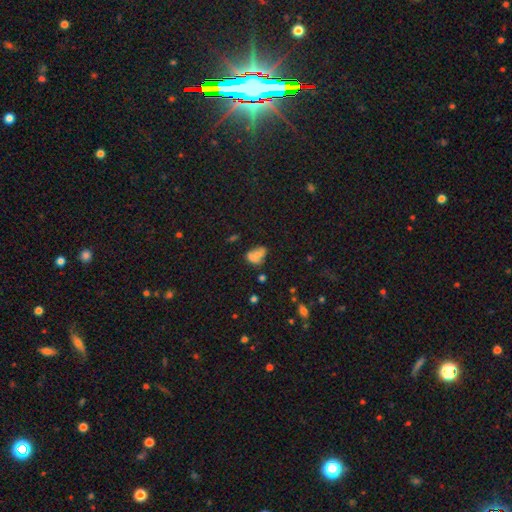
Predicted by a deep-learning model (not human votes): smooth 56%, featured or disk 27%, star or artifact 17%. Down the decision tree: how rounded — in between (68%); merging — none (36%).